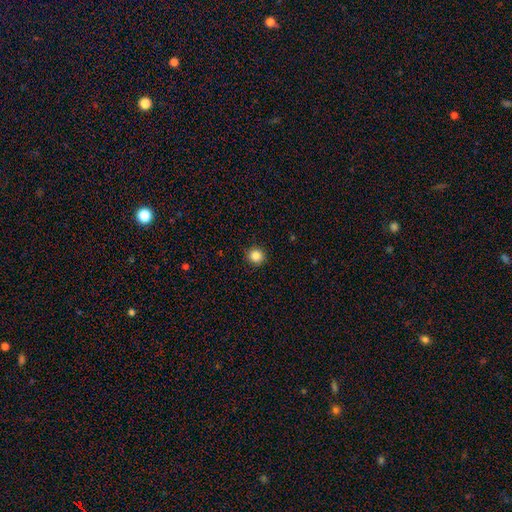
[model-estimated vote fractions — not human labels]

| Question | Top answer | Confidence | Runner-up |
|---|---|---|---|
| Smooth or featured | smooth | 86% | star or artifact (11%) |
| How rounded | round | 94% | in between (5%) |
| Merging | none | 92% | minor disturbance (5%) |